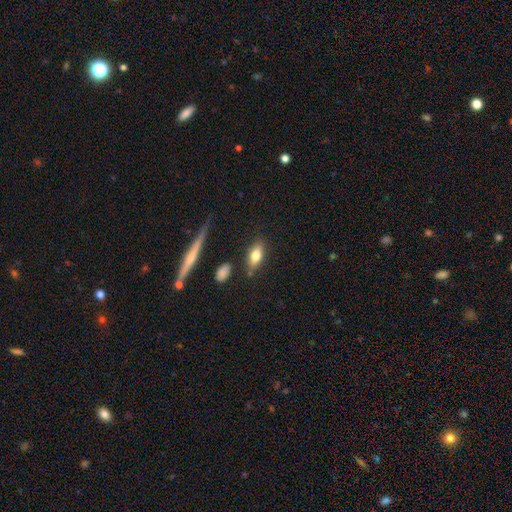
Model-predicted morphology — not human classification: The model was most divided on "smooth or featured": smooth: 75%, featured or disk: 18%, star or artifact: 8%. More confident: how rounded — in between (81%); merging — none (77%).